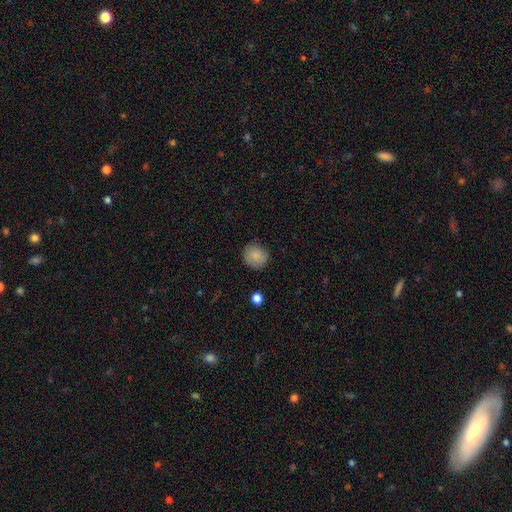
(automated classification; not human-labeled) Q: Smooth or featured?
A: smooth (85%); runner-up: star or artifact (8%)
Q: How rounded?
A: round (85%); runner-up: in between (14%)
Q: Merging?
A: none (81%); runner-up: minor disturbance (14%)